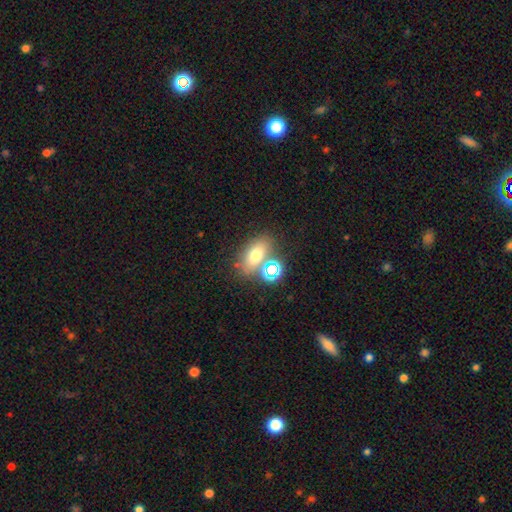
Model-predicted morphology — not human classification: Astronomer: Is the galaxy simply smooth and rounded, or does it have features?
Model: smooth — 63%.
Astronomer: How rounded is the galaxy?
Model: in between — 73%.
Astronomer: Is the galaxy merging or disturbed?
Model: none — 64%.